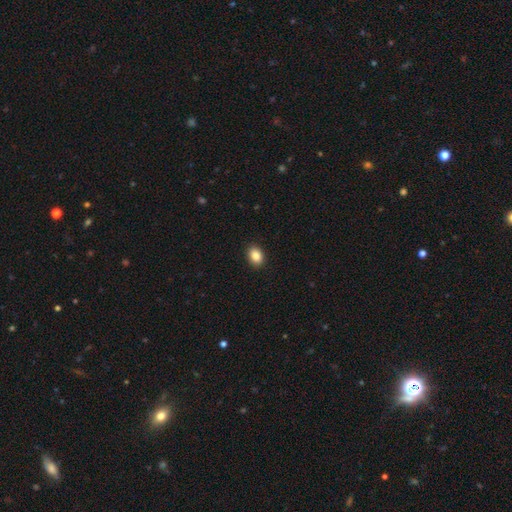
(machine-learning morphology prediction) type=smooth (87%); roundness=in between (76%); merging=none (91%).